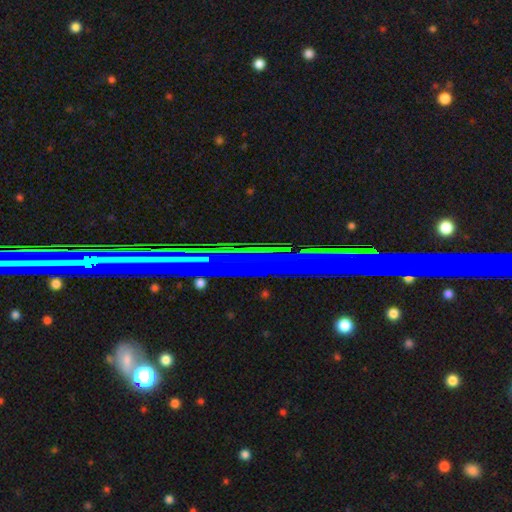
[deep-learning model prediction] smooth-or-featured: star or artifact: 70% | featured or disk: 20% | smooth: 10%